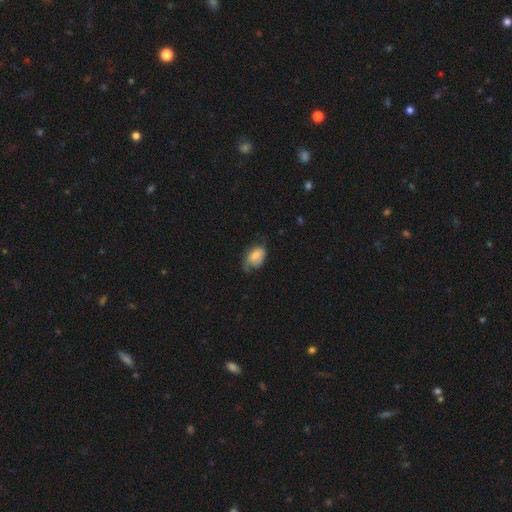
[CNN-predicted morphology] smooth-or-featured: smooth: 72% | featured or disk: 20% | star or artifact: 8%
  how-rounded: in between: 87% | round: 11% | cigar-shaped: 2%
  merging: none: 39% | minor disturbance: 38% | major disturbance: 21% | merger: 2%